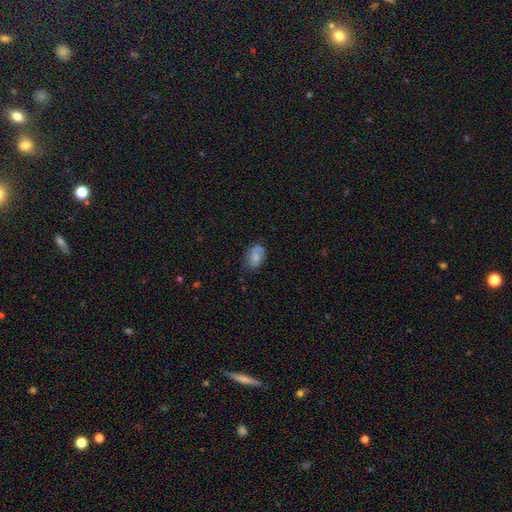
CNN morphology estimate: Smooth or featured?
  - smooth: 63% *
  - featured or disk: 28%
  - star or artifact: 9%
How rounded?
  - in between: 84% *
  - round: 14%
  - cigar-shaped: 1%
Merging?
  - none: 59% *
  - minor disturbance: 28%
  - major disturbance: 10%
  - merger: 2%